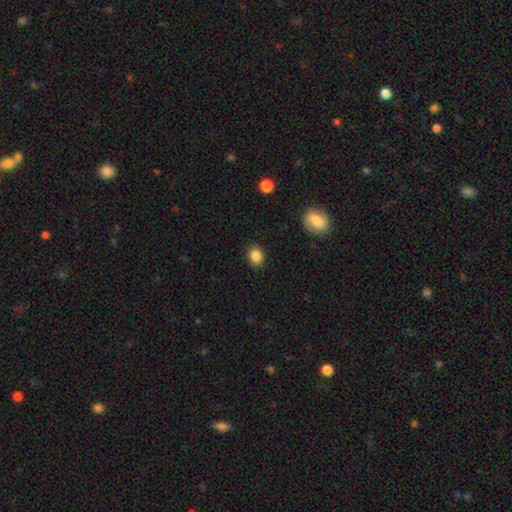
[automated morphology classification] The model was most divided on "how rounded": in between: 56%, round: 43%, cigar-shaped: 1%. More confident: merging — none (88%); smooth or featured — smooth (86%).